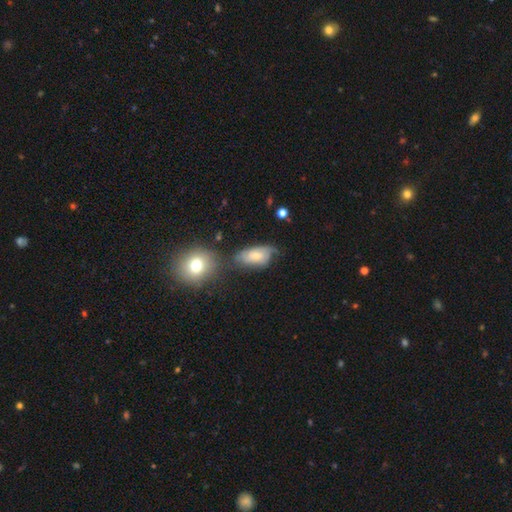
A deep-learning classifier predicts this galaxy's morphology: Smooth or featured?
  - featured or disk: 46% *
  - smooth: 45%
  - star or artifact: 9%
Merging?
  - none: 38% *
  - minor disturbance: 34%
  - major disturbance: 18%
  - merger: 10%